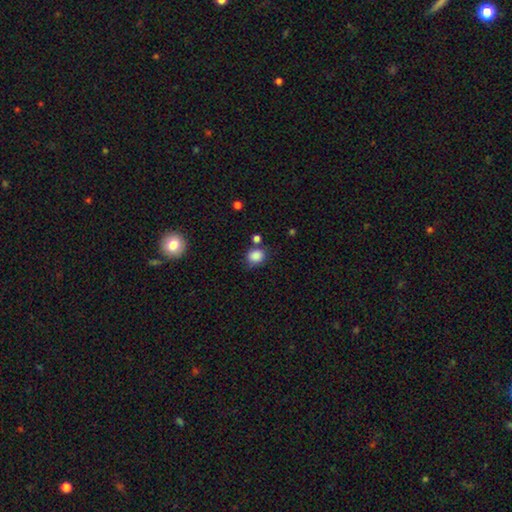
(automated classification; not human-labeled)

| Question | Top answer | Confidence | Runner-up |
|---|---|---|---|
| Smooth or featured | smooth | 85% | star or artifact (10%) |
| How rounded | round | 66% | in between (33%) |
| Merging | none | 64% | minor disturbance (19%) |